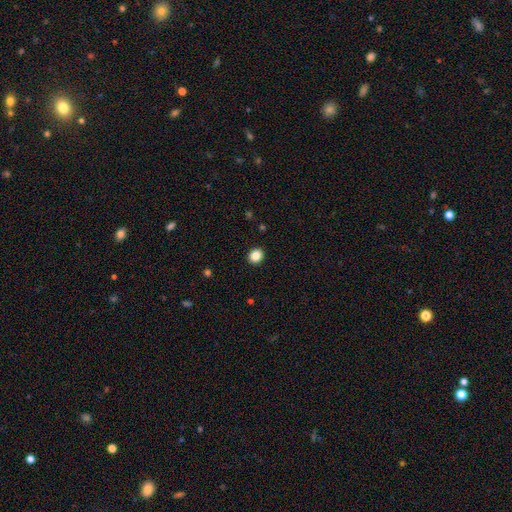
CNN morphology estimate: Smooth or featured?
  - smooth: 85% *
  - star or artifact: 11%
  - featured or disk: 4%
How rounded?
  - round: 80% *
  - in between: 19%
  - cigar-shaped: 1%
Merging?
  - none: 92% *
  - minor disturbance: 5%
  - major disturbance: 2%
  - merger: 1%